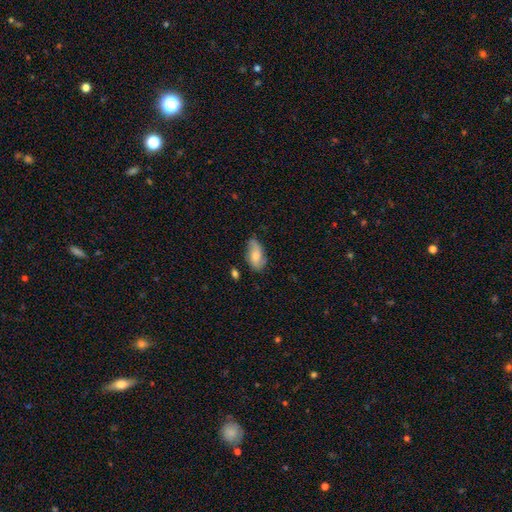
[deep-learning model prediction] Smooth or featured: smooth — 59% (featured or disk — 34%)
How rounded: in between — 91% (cigar-shaped — 4%)
Merging: none — 58% (minor disturbance — 31%)